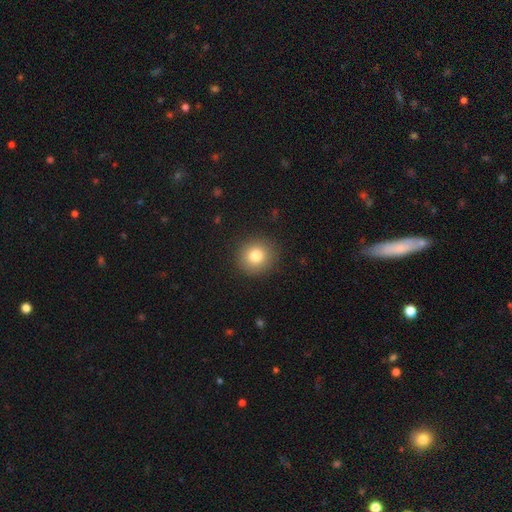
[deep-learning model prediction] Smooth or featured? Predicted: smooth (p=0.80). How rounded? Predicted: round (p=0.90). Merging? Predicted: none (p=0.91).